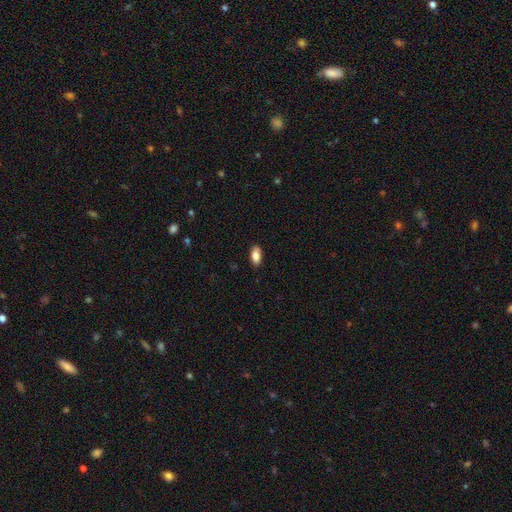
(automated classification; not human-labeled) smooth 84%, featured or disk 9%, star or artifact 7%. Down the decision tree: how rounded — in between (91%); merging — none (87%).